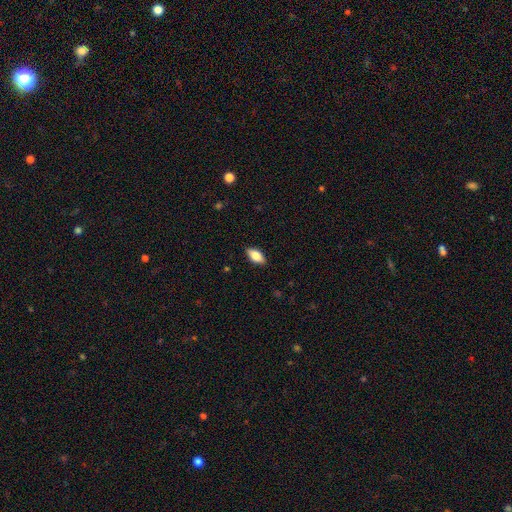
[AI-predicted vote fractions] smooth 76%, featured or disk 17%, star or artifact 7%. Down the decision tree: how rounded — in between (88%); merging — none (88%).